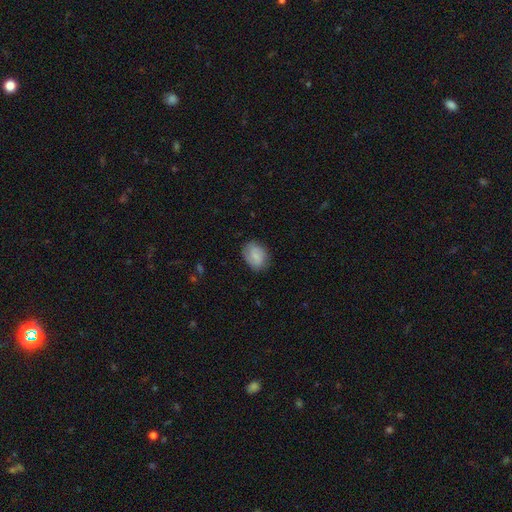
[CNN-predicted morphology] Q: Smooth or featured?
A: smooth (71%); runner-up: featured or disk (22%)
Q: How rounded?
A: in between (66%); runner-up: round (33%)
Q: Merging?
A: none (77%); runner-up: minor disturbance (17%)